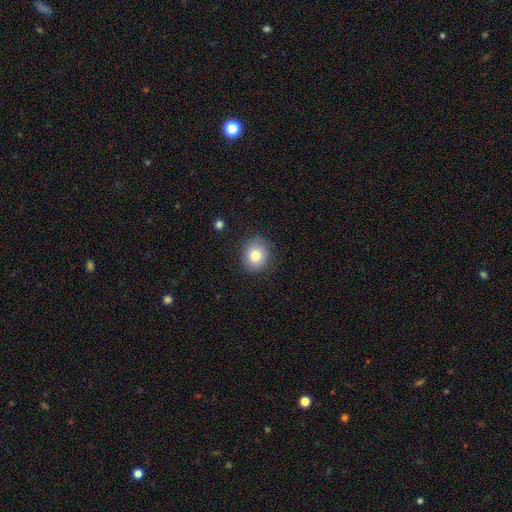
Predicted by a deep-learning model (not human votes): A smooth galaxy with no disk features (80%) that is round (74%).

Vote fractions:
- Smooth or featured? smooth: 80% / featured or disk: 10% / star or artifact: 10%
- How rounded? round: 74% / in between: 25% / cigar-shaped: 1%
- Merging? none: 85% / minor disturbance: 11% / major disturbance: 3% / merger: 1%